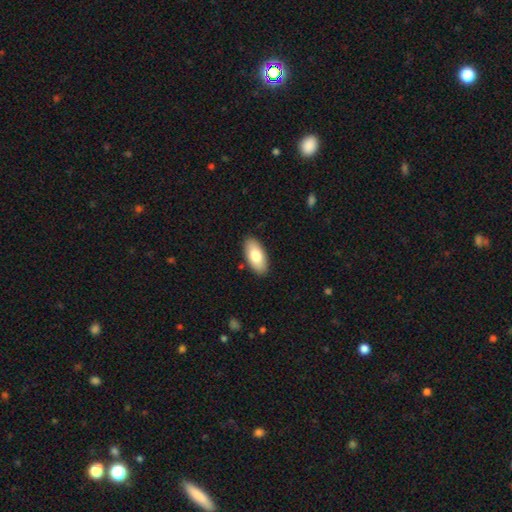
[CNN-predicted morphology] Smooth or featured? Predicted: smooth (p=0.79). How rounded? Predicted: in between (p=0.92). Merging? Predicted: none (p=0.88).